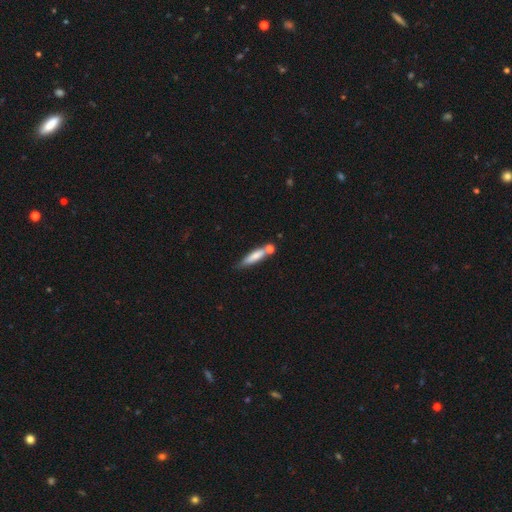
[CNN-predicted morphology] Smooth or featured? smooth (70%)
How rounded? cigar-shaped (78%)
Merging? none (55%)